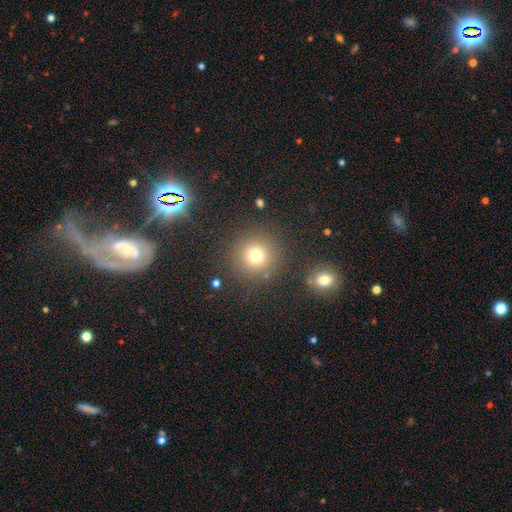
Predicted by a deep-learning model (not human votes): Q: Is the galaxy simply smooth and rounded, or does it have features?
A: smooth — 75%.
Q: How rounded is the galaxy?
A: round — 95%.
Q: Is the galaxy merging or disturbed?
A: none — 86%.